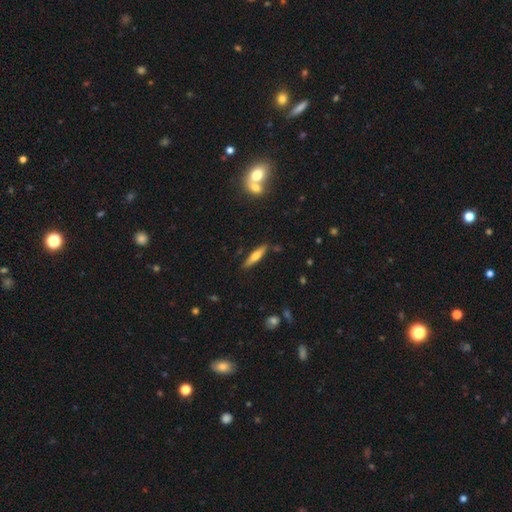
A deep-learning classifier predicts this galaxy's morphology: The model was most divided on "smooth or featured": smooth: 52%, featured or disk: 42%, star or artifact: 7%. More confident: merging — none (87%); how rounded — cigar-shaped (83%).